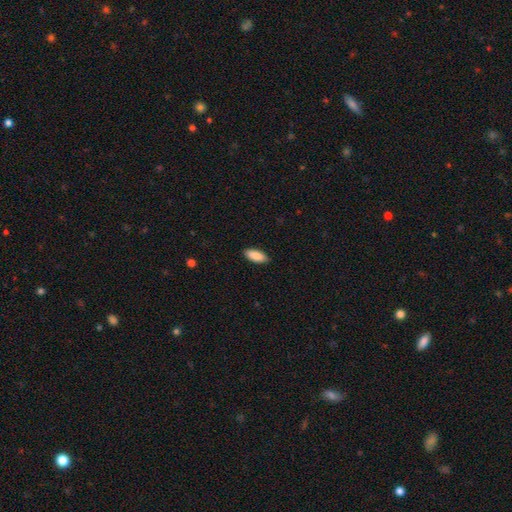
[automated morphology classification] Overall: smooth (89%). How rounded: in between (83%). Merging: none (89%).